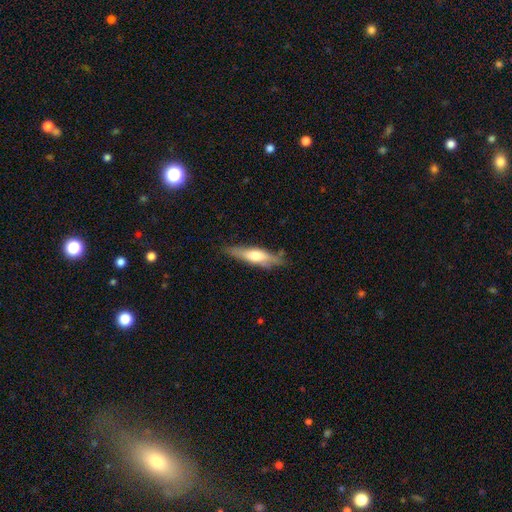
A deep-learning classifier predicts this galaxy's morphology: A smooth galaxy with no disk features (54%) that is cigar-shaped (71%). Merging: none (76%).